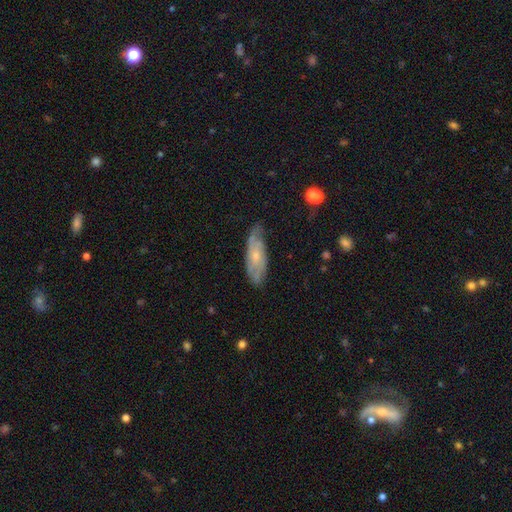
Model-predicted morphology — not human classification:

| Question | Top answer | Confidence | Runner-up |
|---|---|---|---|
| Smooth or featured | featured or disk | 59% | smooth (35%) |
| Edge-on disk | no | 81% | yes (19%) |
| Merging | none | 69% | minor disturbance (24%) |